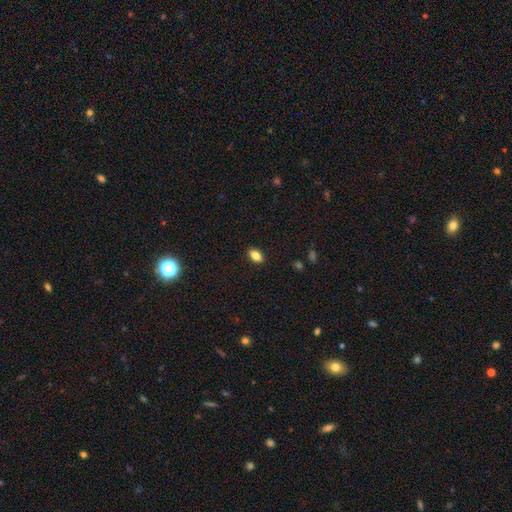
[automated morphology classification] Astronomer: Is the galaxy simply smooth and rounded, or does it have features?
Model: smooth — 82%.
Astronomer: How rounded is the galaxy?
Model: in between — 88%.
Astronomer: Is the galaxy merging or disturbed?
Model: none — 89%.